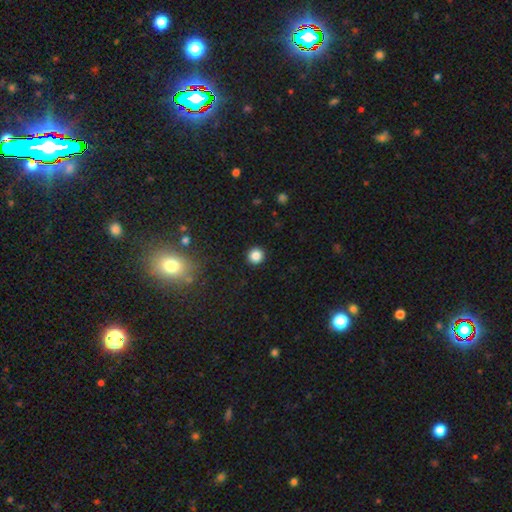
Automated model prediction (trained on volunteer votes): A smooth galaxy with no disk features (85%) that is round (95%). Merging: none (93%).